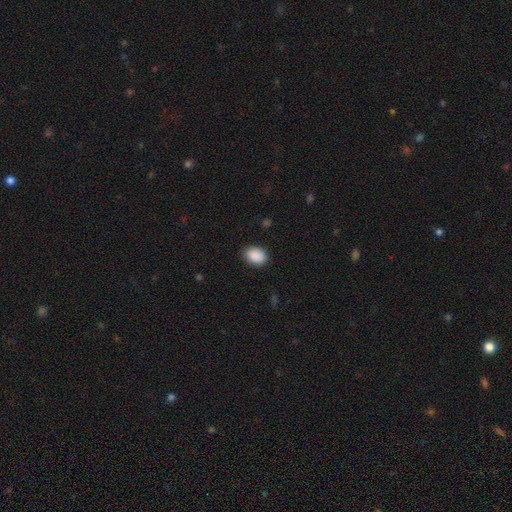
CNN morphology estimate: This appears to be a smooth galaxy with no disk features (90%) that is in between round and cigar-shaped (75%). Merging: none (87%).